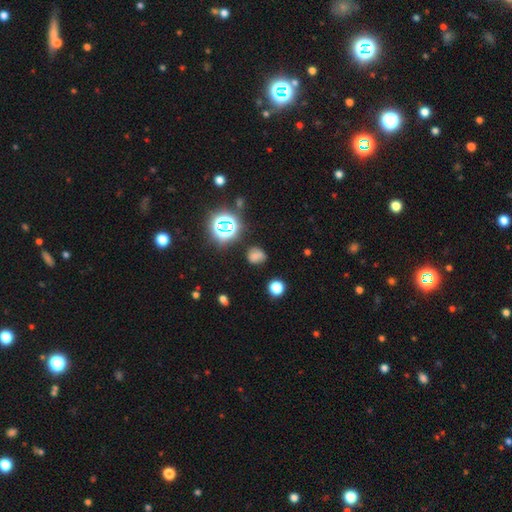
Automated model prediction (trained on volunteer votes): The model was most divided on "how rounded": round: 68%, in between: 31%, cigar-shaped: 1%. More confident: merging — none (75%); smooth or featured — smooth (65%).